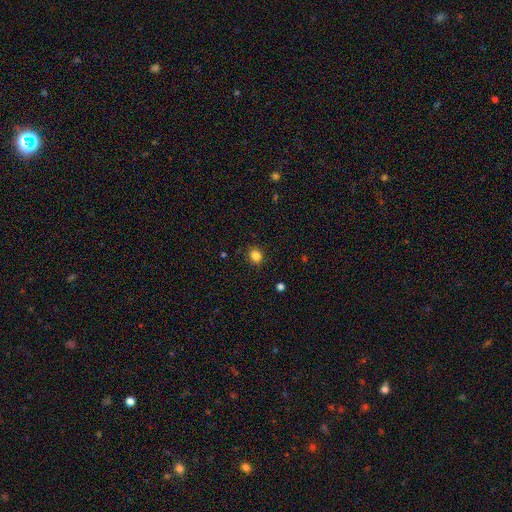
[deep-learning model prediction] This appears to be a smooth galaxy with no disk features (84%) that is round (75%). Merging: none (88%).